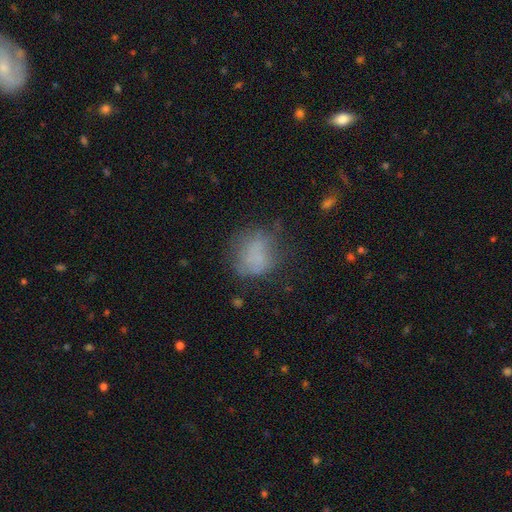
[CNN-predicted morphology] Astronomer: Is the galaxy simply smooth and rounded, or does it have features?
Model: smooth — 65%.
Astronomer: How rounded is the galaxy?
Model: round — 68%.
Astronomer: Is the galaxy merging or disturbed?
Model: none — 52%.